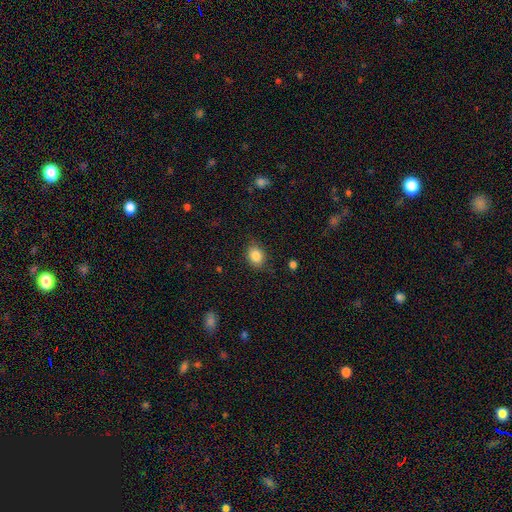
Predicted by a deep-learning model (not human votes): This appears to be a smooth galaxy with no disk features (85%) that is in between round and cigar-shaped (56%). Merging: none (81%).